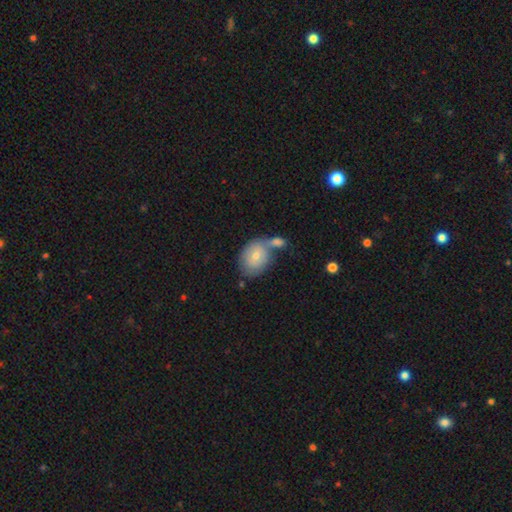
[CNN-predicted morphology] This appears to be a smooth galaxy with no disk features (69%) that is round (53%). Merging: merger (41%).